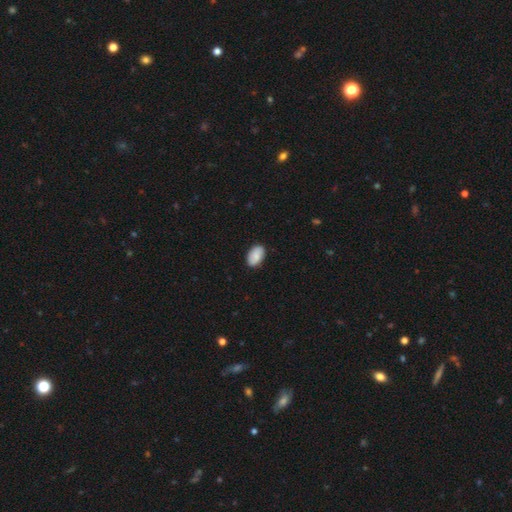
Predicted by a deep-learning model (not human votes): Smooth or featured?
  - smooth: 82% *
  - featured or disk: 12%
  - star or artifact: 7%
How rounded?
  - in between: 93% *
  - round: 6%
  - cigar-shaped: 1%
Merging?
  - none: 86% *
  - minor disturbance: 11%
  - major disturbance: 2%
  - merger: 1%